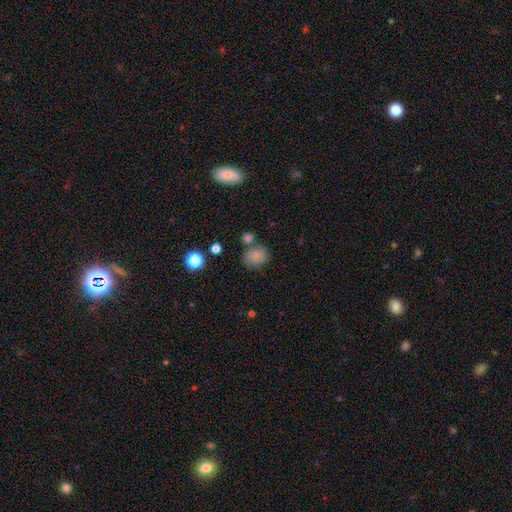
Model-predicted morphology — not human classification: Q: Smooth or featured?
A: smooth (78%); runner-up: star or artifact (11%)
Q: How rounded?
A: round (67%); runner-up: in between (32%)
Q: Merging?
A: none (64%); runner-up: minor disturbance (16%)